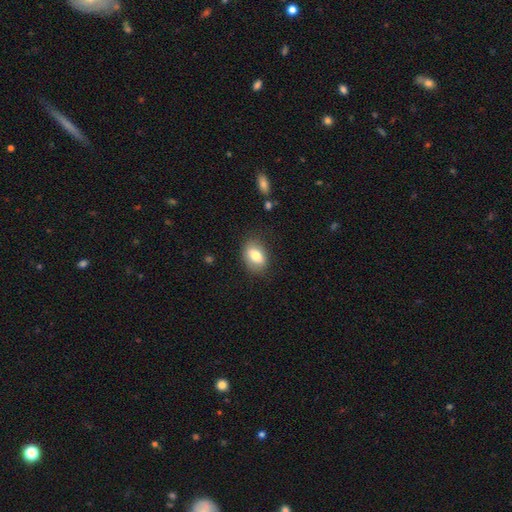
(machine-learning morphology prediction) This appears to be a smooth galaxy with no disk features (75%) that is in between round and cigar-shaped (79%). Merging: none (81%).